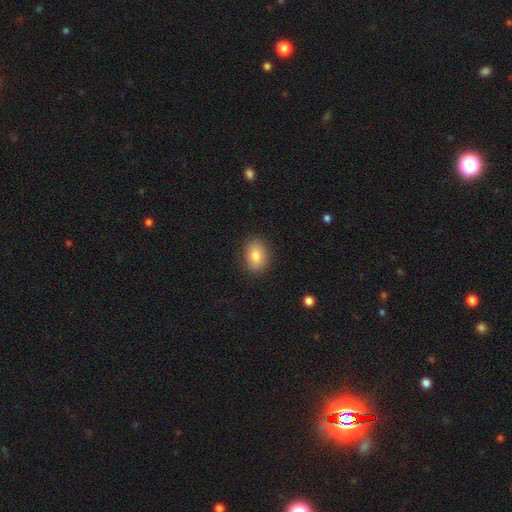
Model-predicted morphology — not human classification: Smooth or featured? Predicted: smooth (p=0.82). How rounded? Predicted: in between (p=0.71). Merging? Predicted: none (p=0.87).